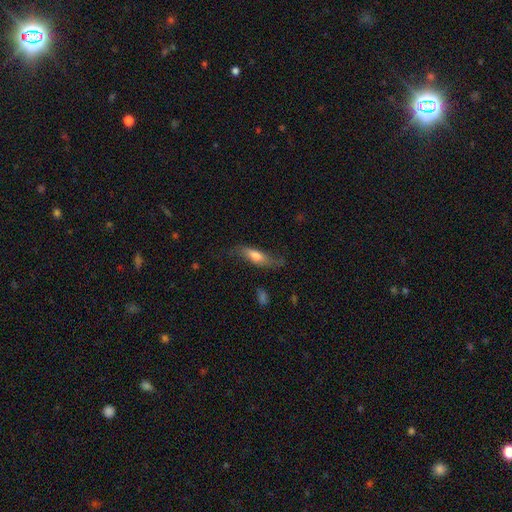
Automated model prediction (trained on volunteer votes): Overall: smooth (54%; featured or disk 39%). How rounded: in between (50%; cigar-shaped 47%). Merging: none (55%; minor disturbance 26%).